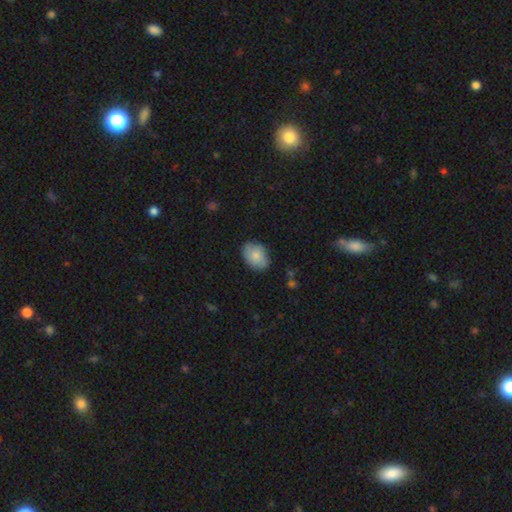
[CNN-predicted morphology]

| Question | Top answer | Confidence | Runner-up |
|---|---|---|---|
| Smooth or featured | smooth | 79% | featured or disk (15%) |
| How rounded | in between | 79% | round (20%) |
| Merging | none | 81% | minor disturbance (15%) |